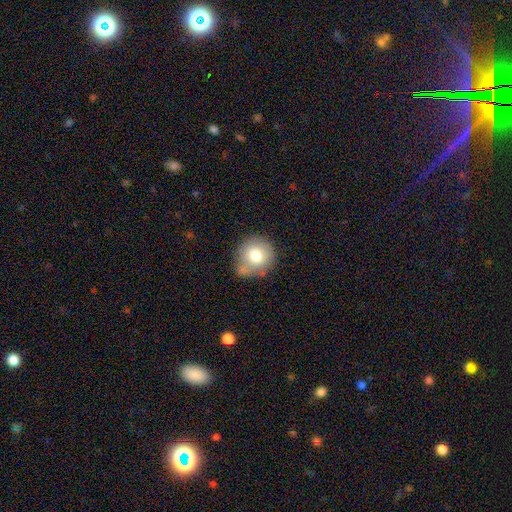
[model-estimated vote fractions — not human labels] This appears to be a smooth galaxy with no disk features (77%) that is round (86%). Merging: none (64%).